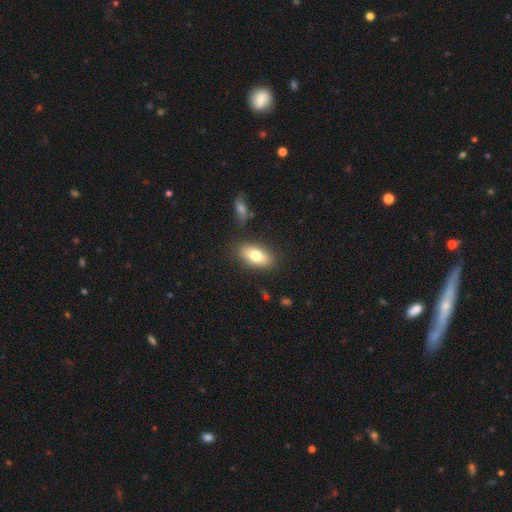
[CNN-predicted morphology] A smooth galaxy with no disk features (77%) that is in between round and cigar-shaped (89%).

Vote fractions:
- Smooth or featured? smooth: 77% / featured or disk: 16% / star or artifact: 7%
- How rounded? in between: 89% / cigar-shaped: 6% / round: 5%
- Merging? none: 83% / minor disturbance: 11% / merger: 4% / major disturbance: 3%